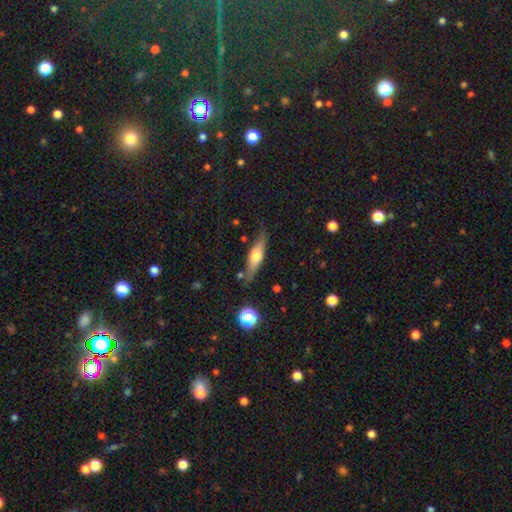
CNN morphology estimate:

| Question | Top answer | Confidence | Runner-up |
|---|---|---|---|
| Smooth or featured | smooth | 48% | featured or disk (45%) |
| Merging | none | 75% | minor disturbance (17%) |